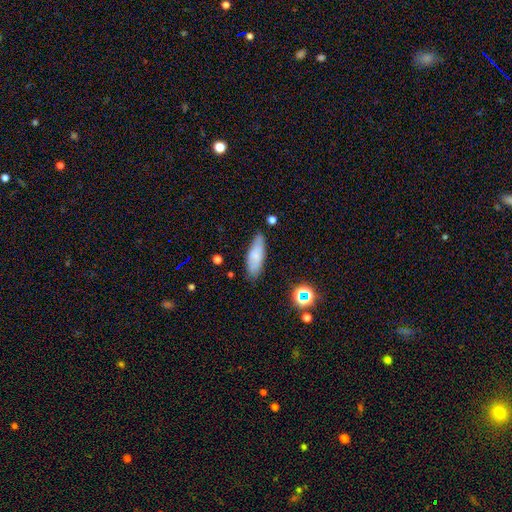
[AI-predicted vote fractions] Overall: smooth (74%). How rounded: in between (58%; cigar-shaped 40%). Merging: none (79%).